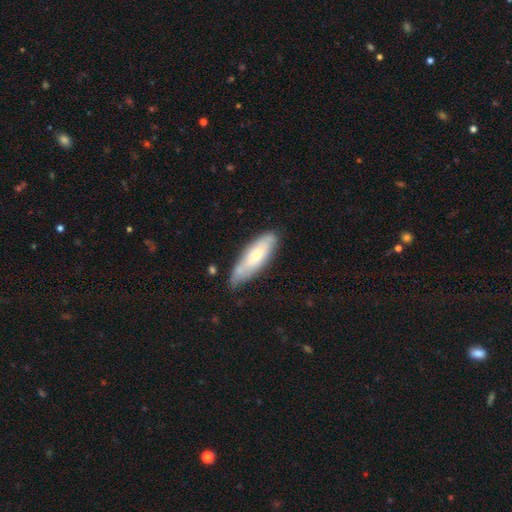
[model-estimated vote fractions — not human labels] smooth_or_featured: smooth (p=0.62) [alt: featured or disk p=0.32]
how_rounded: cigar-shaped (p=0.52) [alt: in between p=0.46]
merging: none (p=0.66) [alt: minor disturbance p=0.25]